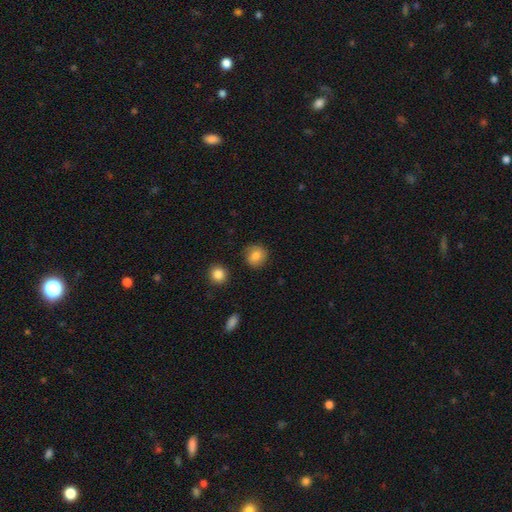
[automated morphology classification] smooth 76%, featured or disk 15%, star or artifact 9%. Down the decision tree: how rounded — round (83%); merging — none (80%).